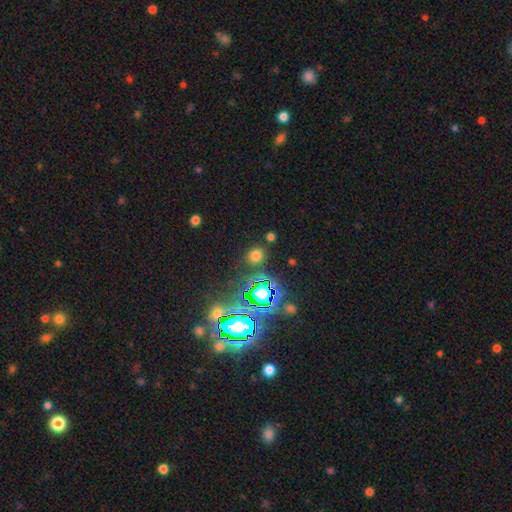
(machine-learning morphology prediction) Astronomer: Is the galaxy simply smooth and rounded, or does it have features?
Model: smooth — 62%.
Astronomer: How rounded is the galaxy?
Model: round — 85%.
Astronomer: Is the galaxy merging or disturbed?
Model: none — 83%.